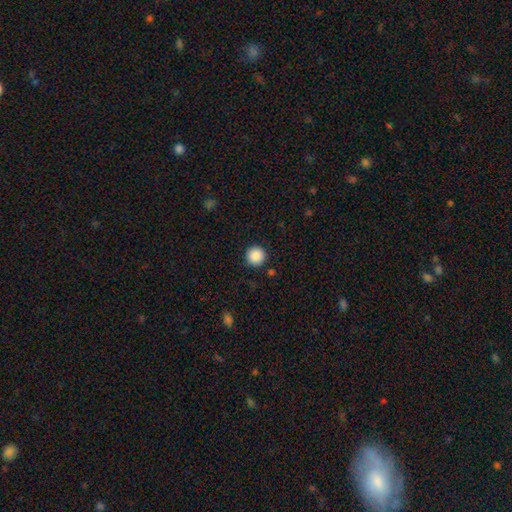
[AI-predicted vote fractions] Overall: smooth (88%). How rounded: round (96%). Merging: none (92%).